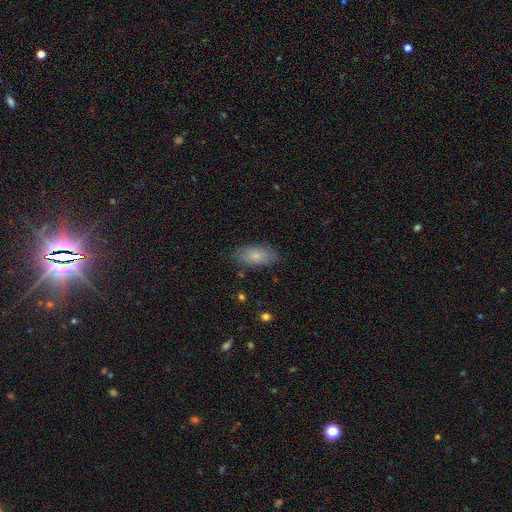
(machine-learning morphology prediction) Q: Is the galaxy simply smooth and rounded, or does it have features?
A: smooth — 77%.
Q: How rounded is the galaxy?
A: in between — 89%.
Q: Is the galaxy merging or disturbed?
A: none — 82%.